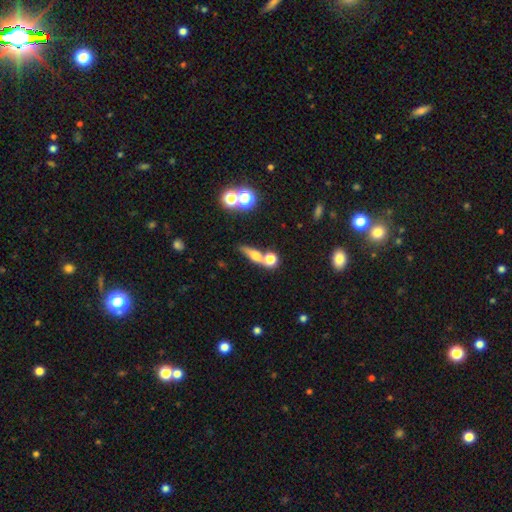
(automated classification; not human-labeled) smooth 56%, featured or disk 29%, star or artifact 15%. Down the decision tree: how rounded — cigar-shaped (40%); merging — none (46%).